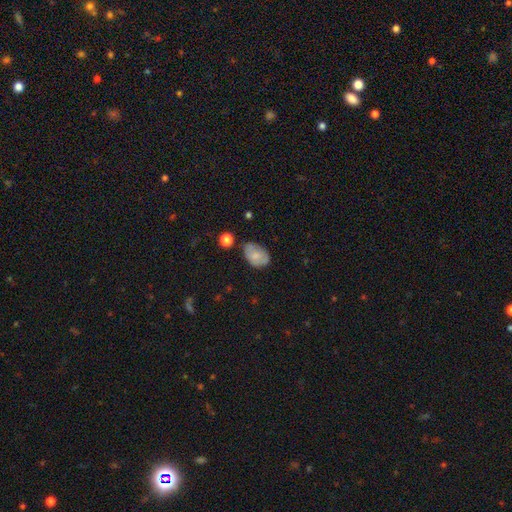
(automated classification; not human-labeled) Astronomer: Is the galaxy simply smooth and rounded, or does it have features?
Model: smooth — 72%.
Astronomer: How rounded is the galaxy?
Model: in between — 86%.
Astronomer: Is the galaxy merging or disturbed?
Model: none — 60%.